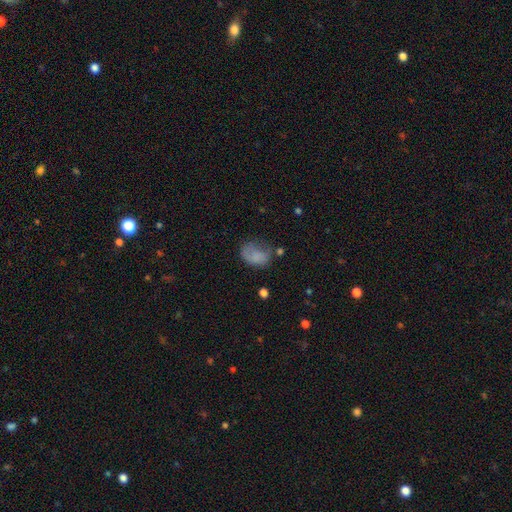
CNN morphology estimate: A smooth galaxy with no disk features (72%) that is in between round and cigar-shaped (75%). Merging: none (32%, tied with minor disturbance).